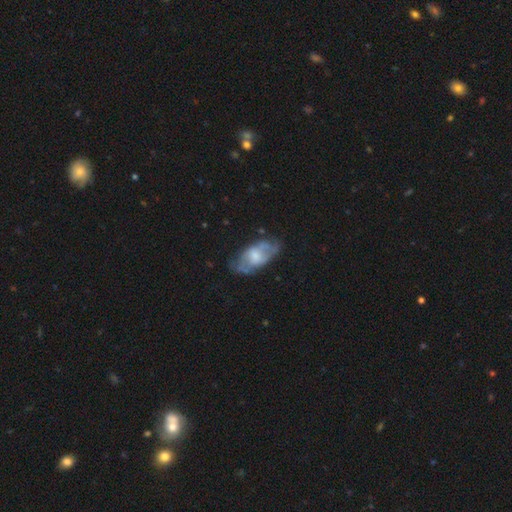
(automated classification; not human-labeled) The model was most divided on "smooth or featured": featured or disk: 53%, smooth: 40%, star or artifact: 6%. More confident: edge-on disk — no (90%); merging — none (56%).